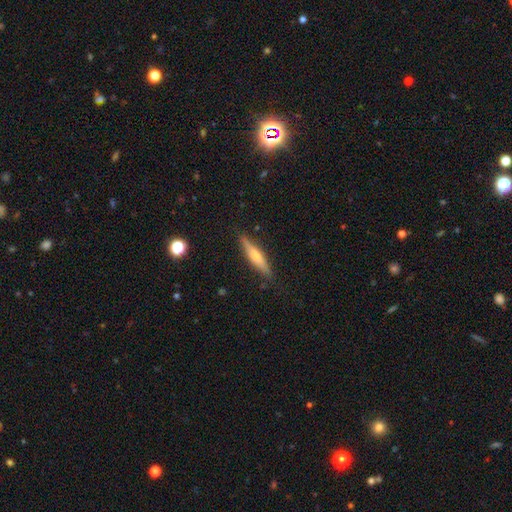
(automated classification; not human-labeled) Smooth or featured? Predicted: featured or disk (p=0.53). Edge-on disk? Predicted: yes (p=0.95). Edge-on bulge? Predicted: rounded (p=0.82). Merging? Predicted: none (p=0.88).